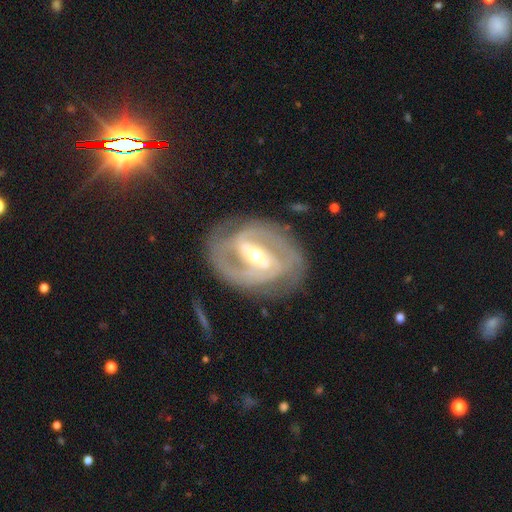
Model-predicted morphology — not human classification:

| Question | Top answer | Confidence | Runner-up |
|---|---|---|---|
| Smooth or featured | featured or disk | 89% | smooth (6%) |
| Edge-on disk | no | 96% | yes (4%) |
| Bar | strong | 63% | weak (28%) |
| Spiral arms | yes | 96% | no (4%) |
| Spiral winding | tight | 47% | medium (44%) |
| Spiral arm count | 2 | 73% | 3 (12%) |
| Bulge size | moderate | 50% | small (45%) |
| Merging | none | 76% | minor disturbance (15%) |